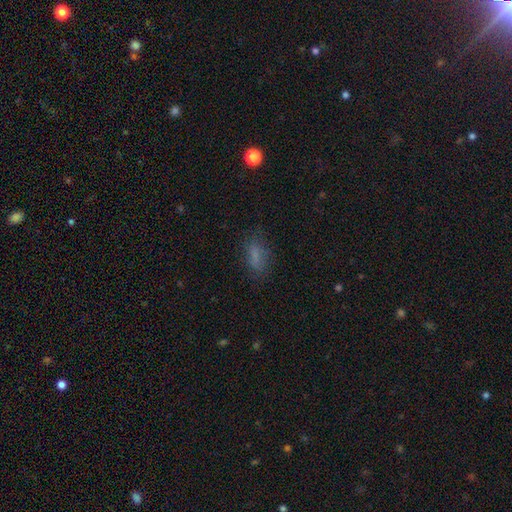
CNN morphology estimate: type=smooth (72%); roundness=in between (71%); merging=none (71%).